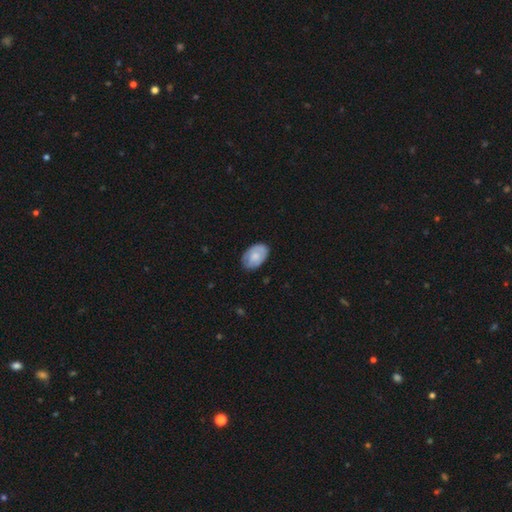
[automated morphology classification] This is likely a smooth galaxy (65%). How rounded: clearly in between (90%). Merging: likely none (76%).